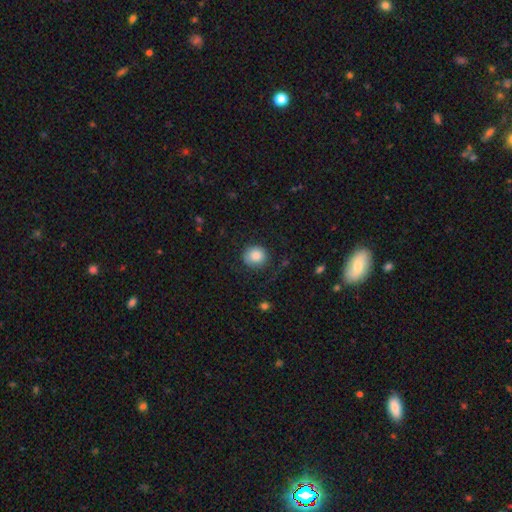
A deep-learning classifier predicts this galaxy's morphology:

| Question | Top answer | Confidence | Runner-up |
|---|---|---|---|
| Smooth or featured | smooth | 86% | star or artifact (8%) |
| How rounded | round | 85% | in between (14%) |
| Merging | none | 77% | minor disturbance (16%) |